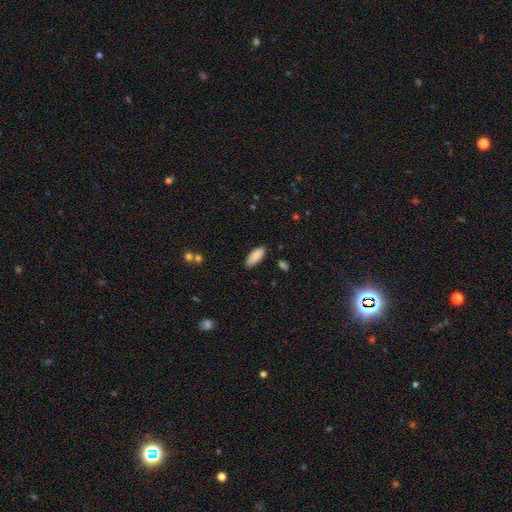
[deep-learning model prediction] Morphology: type=smooth (88%); roundness=in between (77%); merging=none (84%).